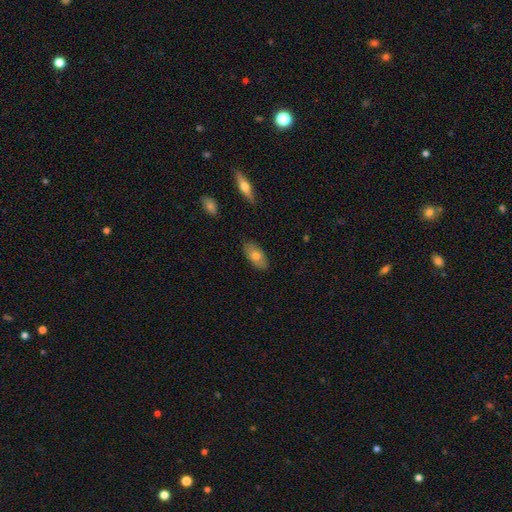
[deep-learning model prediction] Q: Smooth or featured?
A: smooth (72%); runner-up: featured or disk (21%)
Q: How rounded?
A: in between (91%); runner-up: cigar-shaped (5%)
Q: Merging?
A: none (84%); runner-up: minor disturbance (12%)